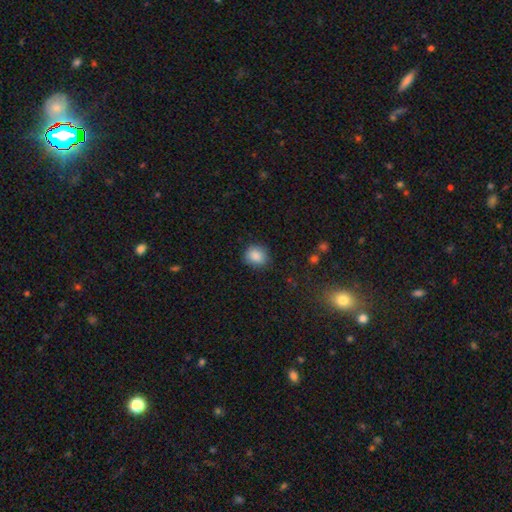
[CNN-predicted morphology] This is clearly a smooth galaxy (87%). How rounded: likely round (73%). Merging: clearly none (83%).